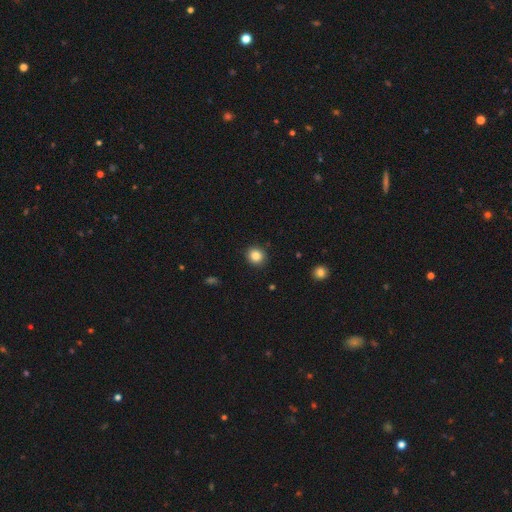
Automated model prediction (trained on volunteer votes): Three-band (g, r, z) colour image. It shows a smooth galaxy with no disk features (85%) that is round (83%). Merging: none (90%).